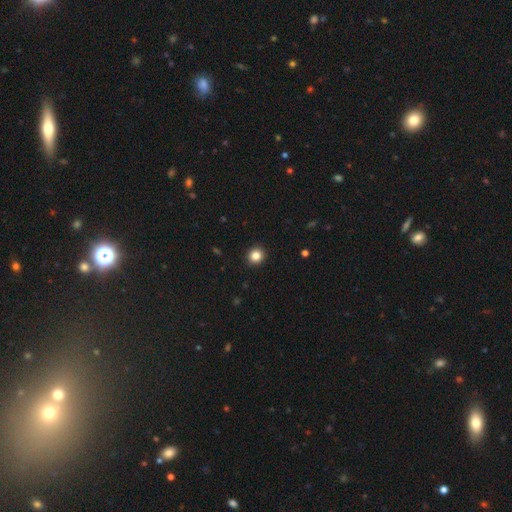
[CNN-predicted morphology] smooth-or-featured: smooth: 85% | star or artifact: 11% | featured or disk: 5%
  how-rounded: round: 90% | in between: 9% | cigar-shaped: 1%
  merging: none: 93% | minor disturbance: 4% | major disturbance: 1% | merger: 1%